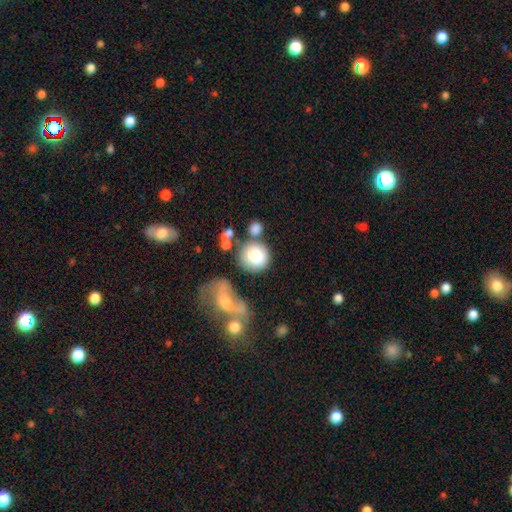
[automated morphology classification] This is likely a smooth galaxy (79%). How rounded: clearly round (85%). Merging: possibly none (55%).